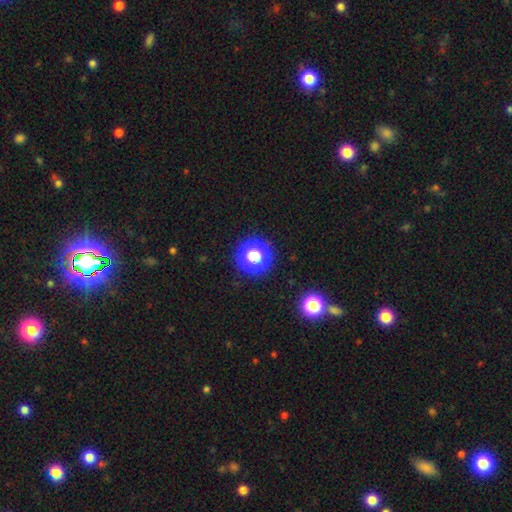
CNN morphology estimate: smooth 48%, star or artifact 42%, featured or disk 10%. Down the decision tree: merging — none (80%).